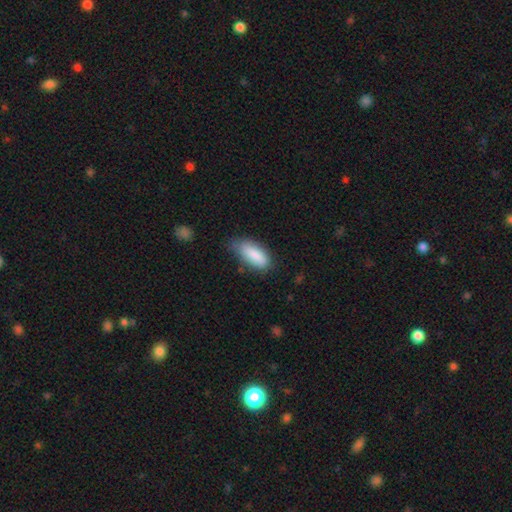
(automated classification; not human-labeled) smooth-or-featured: smooth: 87% | featured or disk: 7% | star or artifact: 6%
  how-rounded: in between: 81% | cigar-shaped: 17% | round: 2%
  merging: none: 62% | minor disturbance: 30% | major disturbance: 6% | merger: 2%